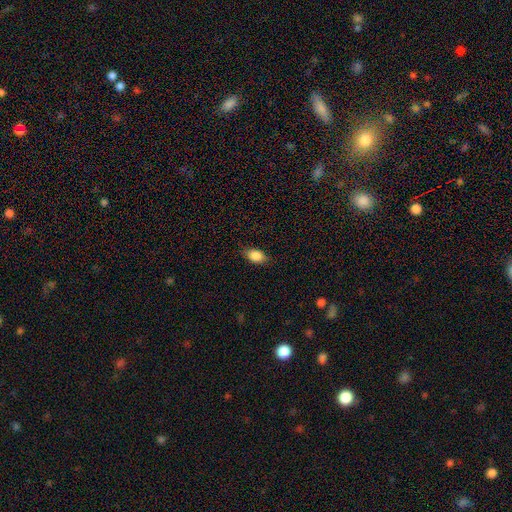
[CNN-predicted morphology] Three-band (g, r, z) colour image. It shows a smooth galaxy with no disk features (85%) that is in between round and cigar-shaped (85%). Merging: none (80%).